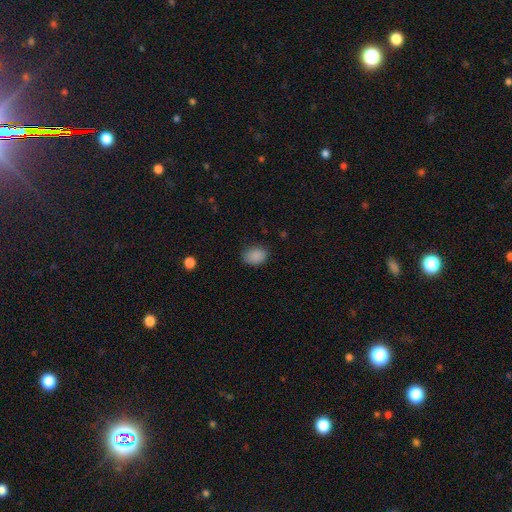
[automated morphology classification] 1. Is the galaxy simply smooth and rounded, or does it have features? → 87% smooth, 9% star or artifact, 4% featured or disk.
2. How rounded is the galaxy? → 70% in between, 29% round, 1% cigar-shaped.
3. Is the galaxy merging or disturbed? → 79% none, 17% minor disturbance, 4% major disturbance, 1% merger.